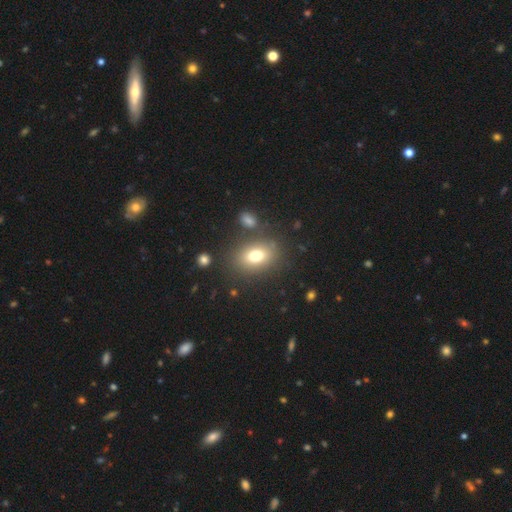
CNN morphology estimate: Smooth or featured? smooth (74%)
How rounded? in between (76%)
Merging? none (79%)